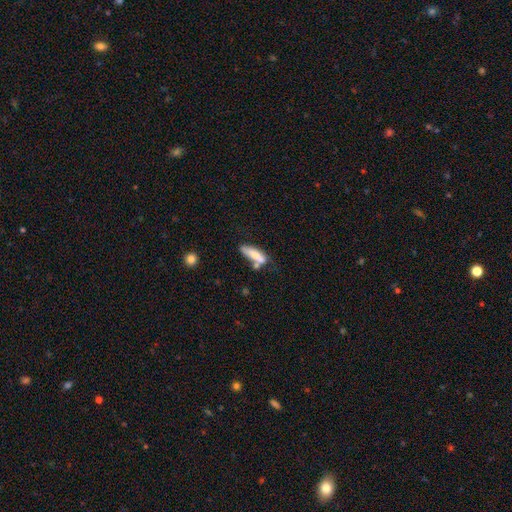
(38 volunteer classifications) Smooth or featured: smooth — 71% (featured or disk — 26%)
How rounded: cigar-shaped — 63% (in between — 37%)
Merging: none — 41% (merger — 27%)